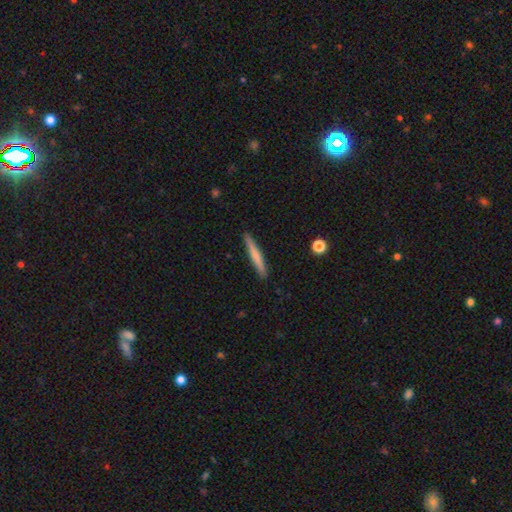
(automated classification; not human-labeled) The model was most divided on "smooth or featured": smooth: 65%, featured or disk: 29%, star or artifact: 6%. More confident: how rounded — cigar-shaped (96%); merging — none (90%).